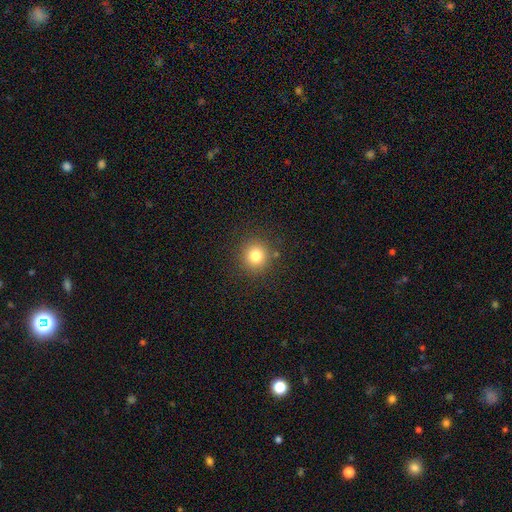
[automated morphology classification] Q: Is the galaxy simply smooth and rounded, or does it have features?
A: smooth — 81%.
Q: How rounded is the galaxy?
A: round — 90%.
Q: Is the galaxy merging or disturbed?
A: none — 88%.